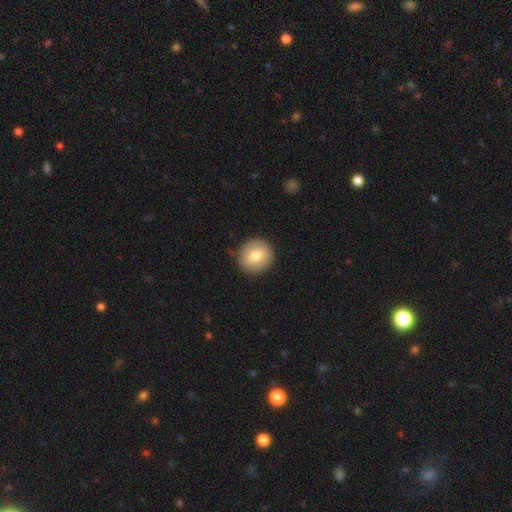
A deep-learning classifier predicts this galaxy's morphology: Smooth or featured: smooth — 75% (featured or disk — 17%)
How rounded: round — 89% (in between — 10%)
Merging: none — 89% (minor disturbance — 8%)